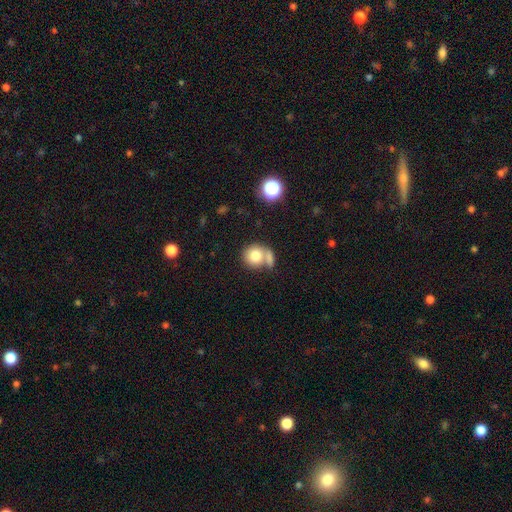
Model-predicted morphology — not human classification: smooth_or_featured: smooth (p=0.78) [alt: featured or disk p=0.13]
how_rounded: round (p=0.82) [alt: in between p=0.17]
merging: none (p=0.45) [alt: merger p=0.39]